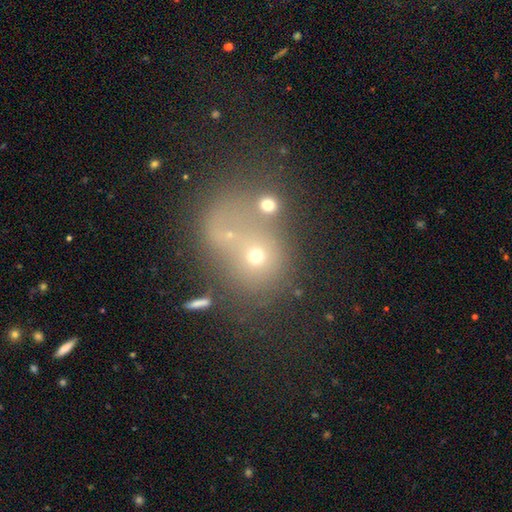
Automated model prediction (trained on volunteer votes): This is possibly a smooth galaxy (46%). Merging: possibly merger (50%).